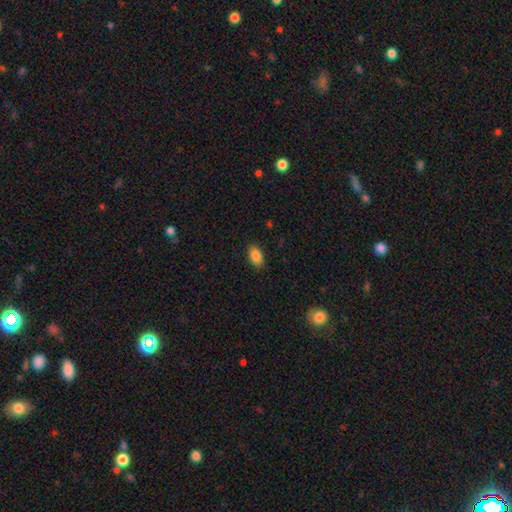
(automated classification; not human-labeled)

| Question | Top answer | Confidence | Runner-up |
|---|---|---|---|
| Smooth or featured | smooth | 87% | star or artifact (8%) |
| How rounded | in between | 90% | round (8%) |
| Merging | none | 87% | minor disturbance (10%) |